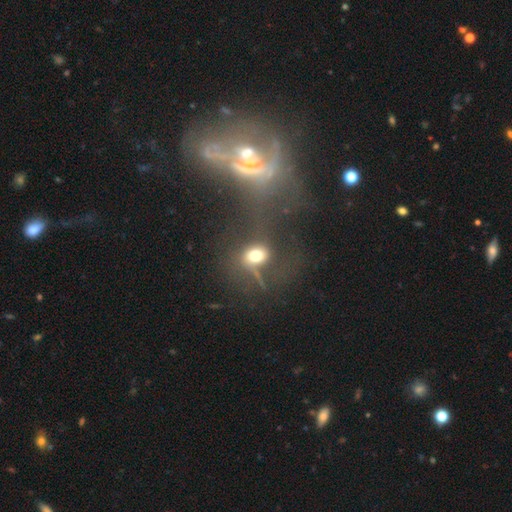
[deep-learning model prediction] Overall: smooth (61%; featured or disk 21%). How rounded: round (55%; in between 42%). Merging: none (42%; major disturbance 27%).